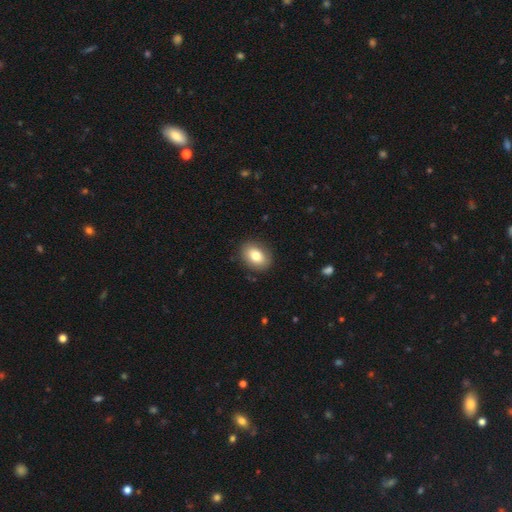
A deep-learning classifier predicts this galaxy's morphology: smooth-or-featured: smooth: 80% | featured or disk: 12% | star or artifact: 8%
  how-rounded: in between: 76% | round: 23% | cigar-shaped: 1%
  merging: none: 87% | minor disturbance: 9% | major disturbance: 3% | merger: 1%